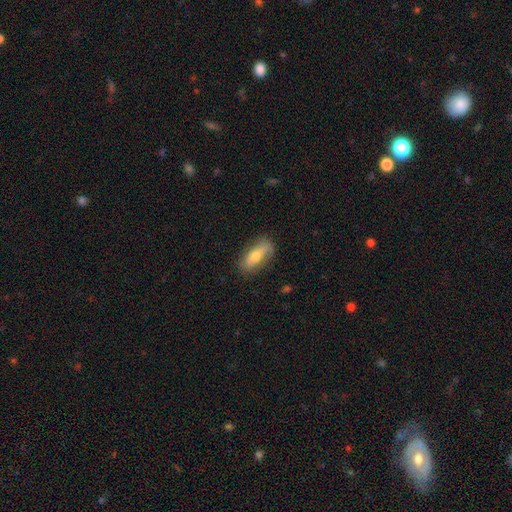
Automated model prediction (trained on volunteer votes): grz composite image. It shows a smooth galaxy with no disk features (55%) that is in between round and cigar-shaped (73%). Merging: none (75%).